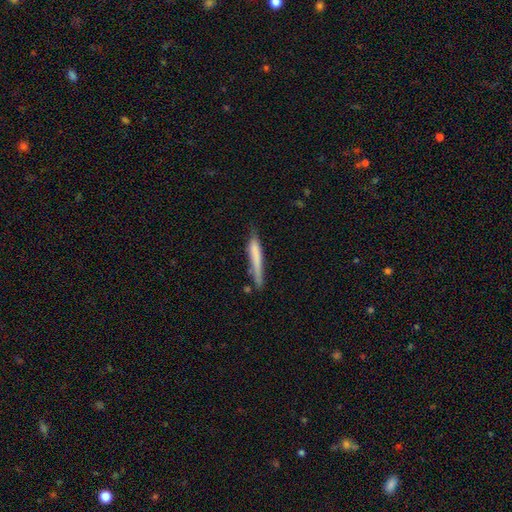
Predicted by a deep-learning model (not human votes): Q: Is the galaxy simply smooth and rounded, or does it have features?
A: smooth — 67%.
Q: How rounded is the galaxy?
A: cigar-shaped — 94%.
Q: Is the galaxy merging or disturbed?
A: none — 63%.